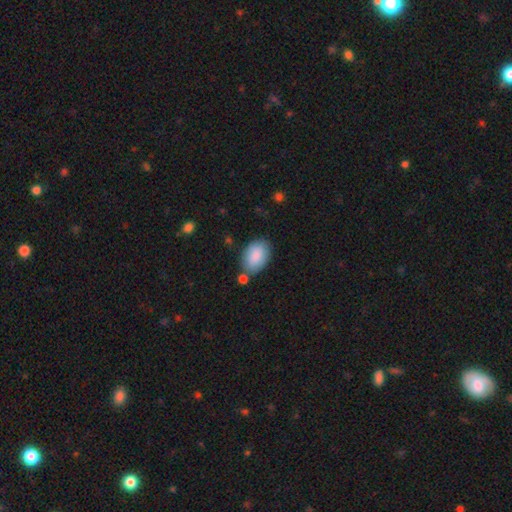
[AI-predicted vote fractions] A smooth galaxy with no disk features (88%) that is in between round and cigar-shaped (92%).

Vote fractions:
- Smooth or featured? smooth: 88% / featured or disk: 7% / star or artifact: 6%
- How rounded? in between: 92% / round: 7% / cigar-shaped: 1%
- Merging? none: 71% / minor disturbance: 16% / merger: 9% / major disturbance: 4%